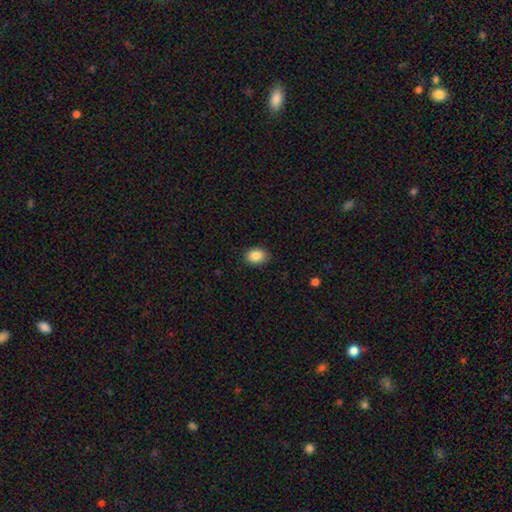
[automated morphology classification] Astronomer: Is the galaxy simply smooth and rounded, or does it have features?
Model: smooth — 87%.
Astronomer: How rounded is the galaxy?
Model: in between — 69%.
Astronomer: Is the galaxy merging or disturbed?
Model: none — 85%.